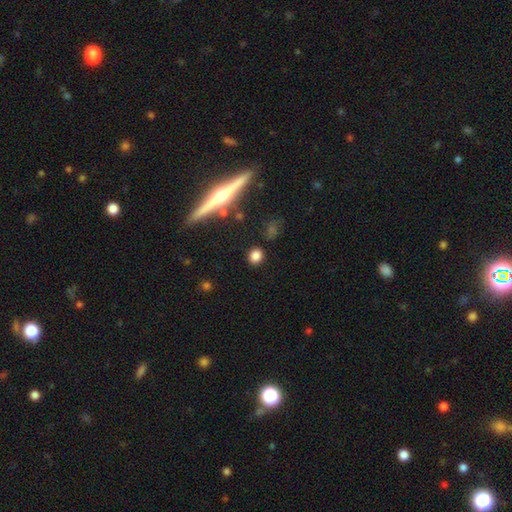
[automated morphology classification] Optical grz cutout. It shows a smooth galaxy with no disk features (79%) that is round (77%). Merging: none (87%).